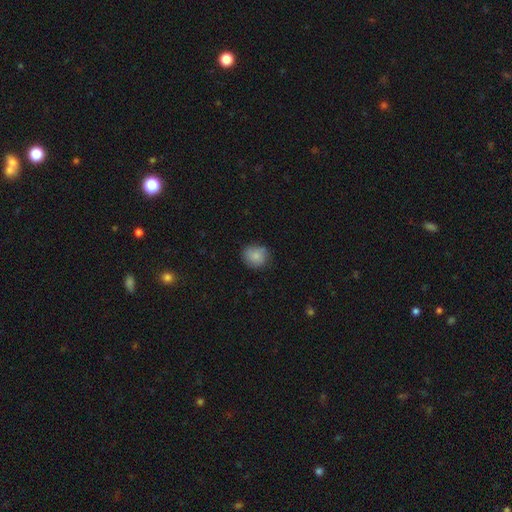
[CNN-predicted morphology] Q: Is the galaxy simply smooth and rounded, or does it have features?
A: smooth — 83%.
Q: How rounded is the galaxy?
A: round — 77%.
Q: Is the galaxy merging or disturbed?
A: none — 74%.